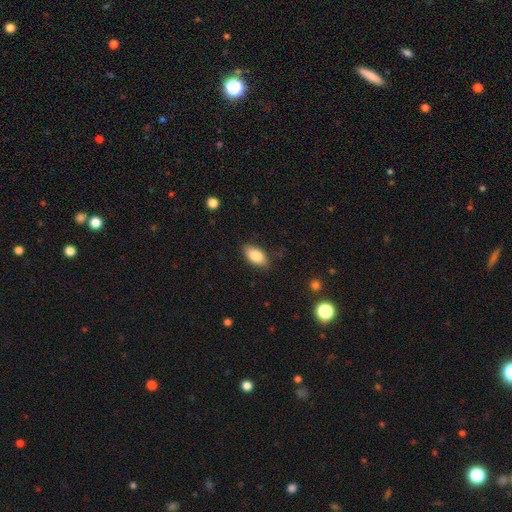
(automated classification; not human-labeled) smooth_or_featured: smooth (p=0.85) [alt: featured or disk p=0.09]
how_rounded: in between (p=0.91) [alt: cigar-shaped p=0.05]
merging: none (p=0.82) [alt: minor disturbance p=0.14]